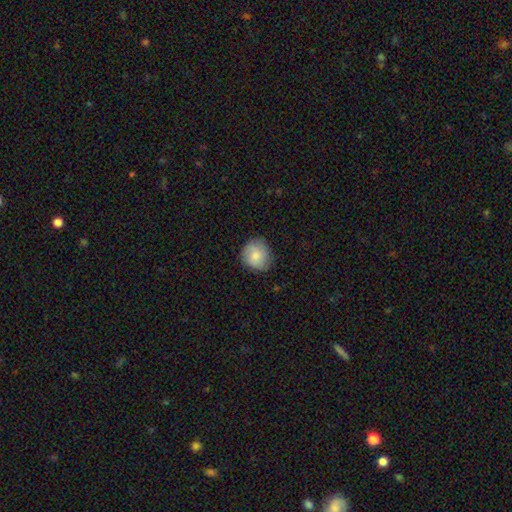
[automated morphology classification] Smooth or featured: smooth — 82% (featured or disk — 12%)
How rounded: round — 86% (in between — 13%)
Merging: none — 77% (minor disturbance — 18%)